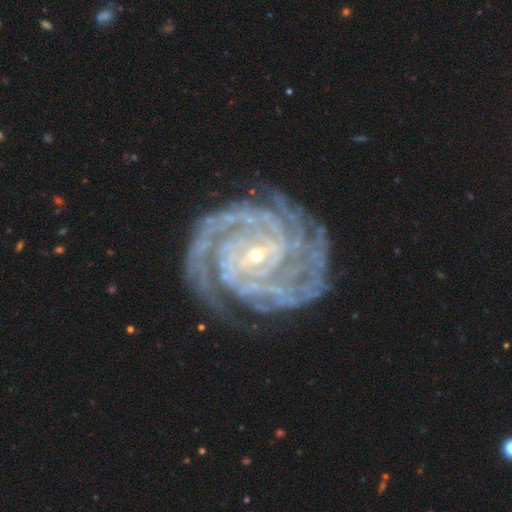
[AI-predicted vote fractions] Smooth or featured? featured or disk (92%)
Edge-on disk? no (98%)
Bar? no (40%, tied with weak)
Spiral arms? yes (98%)
Spiral winding? tight (77%)
Spiral arm count? 4 (22%)
Bulge size? small (78%)
Merging? none (74%)